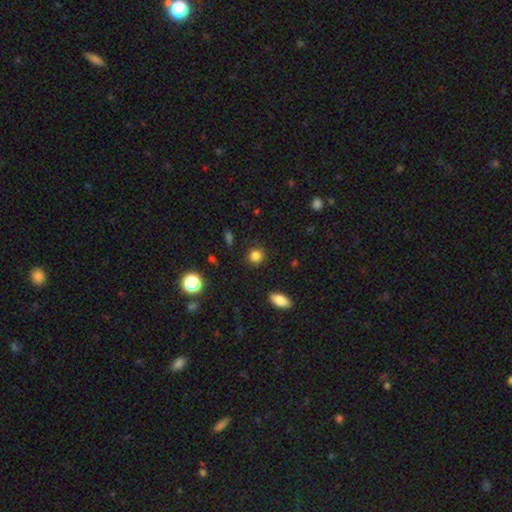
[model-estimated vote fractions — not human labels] Q: Smooth or featured?
A: smooth (84%); runner-up: star or artifact (12%)
Q: How rounded?
A: round (87%); runner-up: in between (12%)
Q: Merging?
A: none (89%); runner-up: minor disturbance (7%)